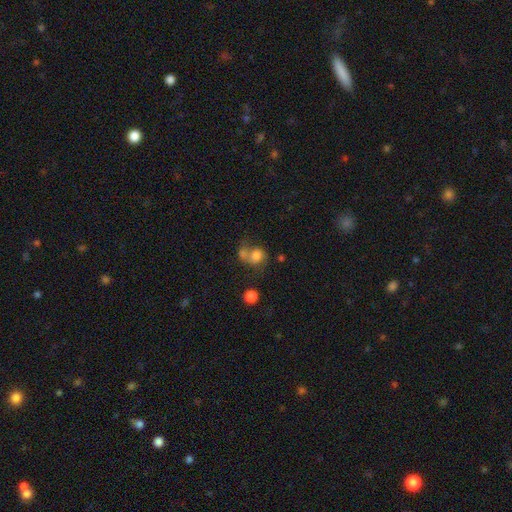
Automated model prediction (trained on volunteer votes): smooth_or_featured: smooth (p=0.67) [alt: featured or disk p=0.21]
how_rounded: round (p=0.67) [alt: in between p=0.32]
merging: merger (p=0.46) [alt: none p=0.30]